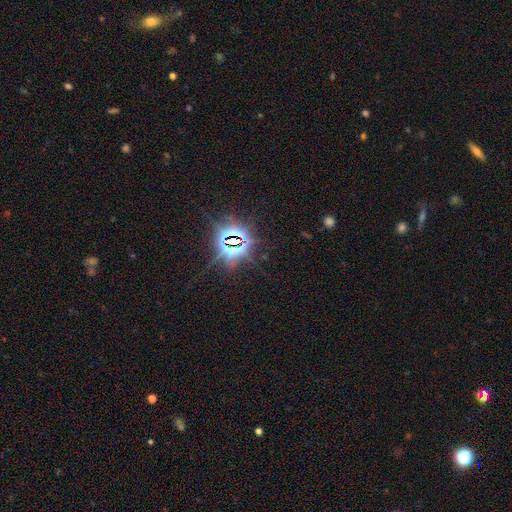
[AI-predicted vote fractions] star or artifact 84%, smooth 9%, featured or disk 7%.